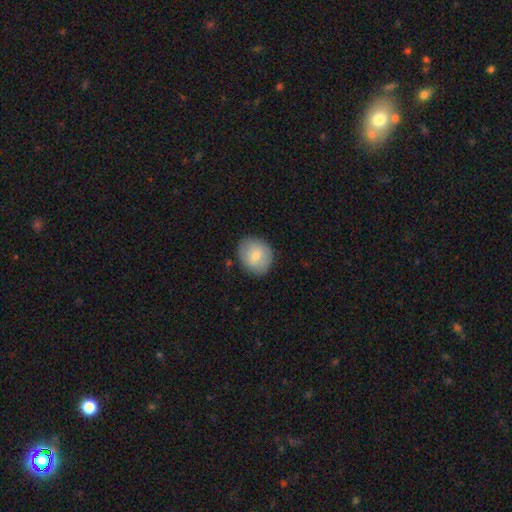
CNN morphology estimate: Smooth or featured? smooth (75%)
How rounded? round (58%)
Merging? none (82%)